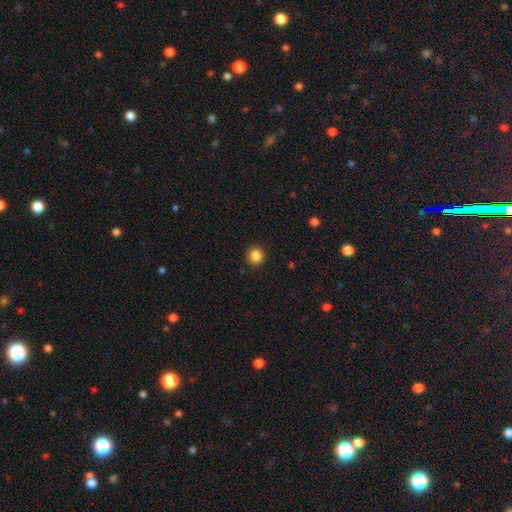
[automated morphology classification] Smooth or featured? Predicted: smooth (p=0.86). How rounded? Predicted: round (p=0.94). Merging? Predicted: none (p=0.92).